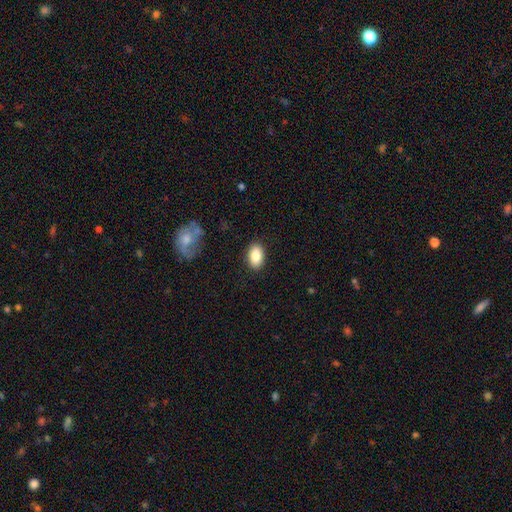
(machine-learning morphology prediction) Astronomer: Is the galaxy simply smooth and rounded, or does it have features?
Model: smooth — 85%.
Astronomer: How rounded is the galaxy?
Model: in between — 90%.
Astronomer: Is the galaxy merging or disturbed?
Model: none — 88%.